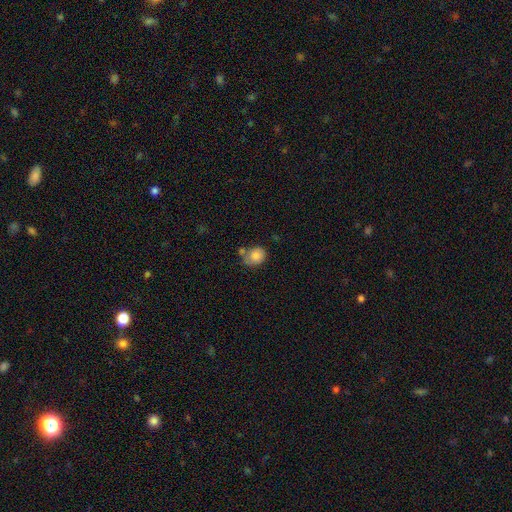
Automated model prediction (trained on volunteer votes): Smooth or featured? Predicted: smooth (p=0.83). How rounded? Predicted: round (p=0.63). Merging? Predicted: none (p=0.49).